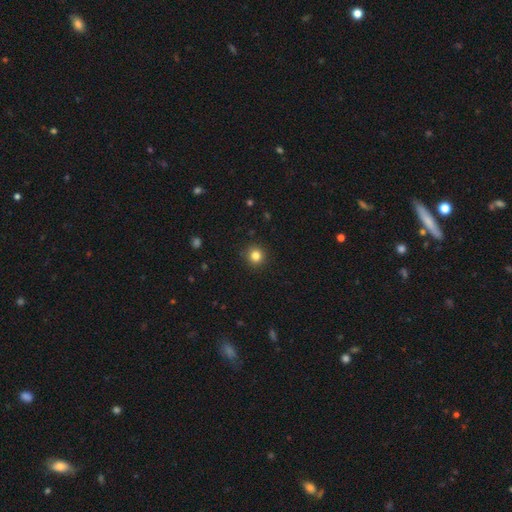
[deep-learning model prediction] smooth-or-featured: smooth: 83% | star or artifact: 12% | featured or disk: 5%
  how-rounded: round: 94% | in between: 5% | cigar-shaped: 1%
  merging: none: 92% | minor disturbance: 5% | major disturbance: 2% | merger: 1%